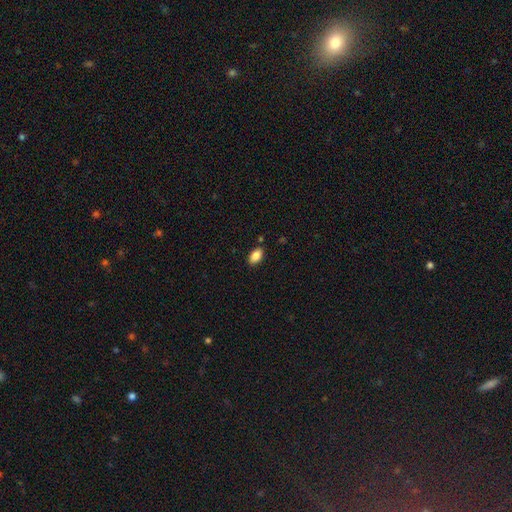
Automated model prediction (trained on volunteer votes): Smooth or featured? Predicted: smooth (p=0.87). How rounded? Predicted: in between (p=0.92). Merging? Predicted: none (p=0.84).